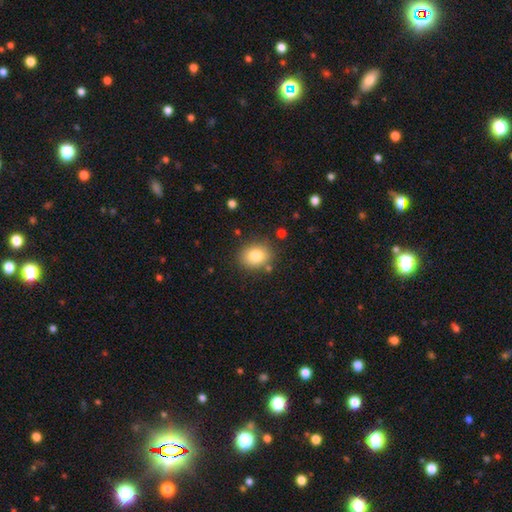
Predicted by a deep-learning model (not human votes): Smooth or featured? smooth (83%)
How rounded? in between (51%)
Merging? none (82%)